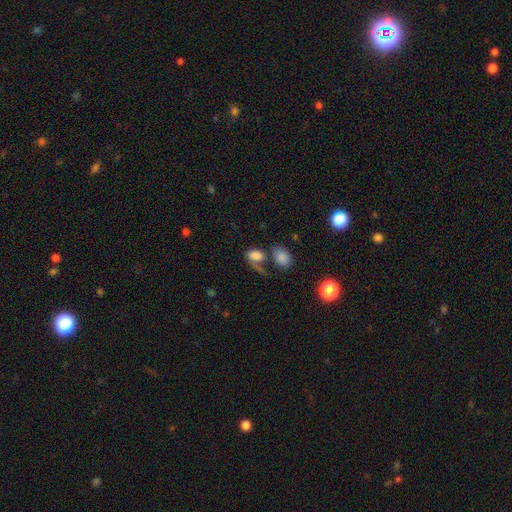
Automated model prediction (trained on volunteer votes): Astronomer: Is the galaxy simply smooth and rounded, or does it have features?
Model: smooth — 74%.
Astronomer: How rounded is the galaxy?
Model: in between — 84%.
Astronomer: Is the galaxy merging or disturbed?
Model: merger — 36% (runner-up: none, 29%).